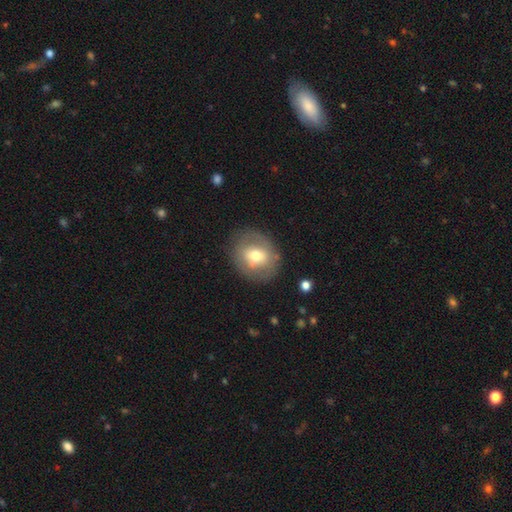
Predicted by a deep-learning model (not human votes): The model was most divided on "smooth or featured": smooth: 58%, featured or disk: 34%, star or artifact: 8%. More confident: merging — none (80%); how rounded — round (69%).